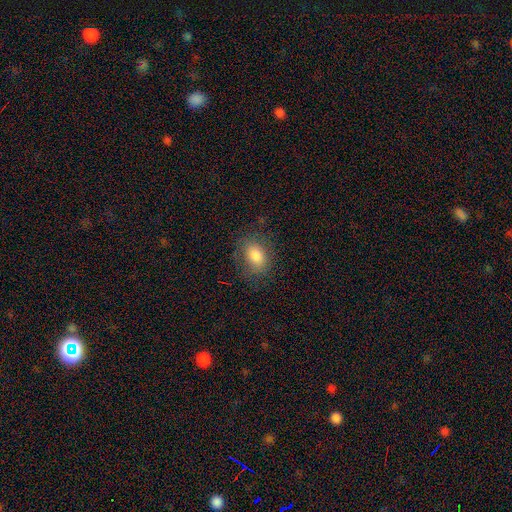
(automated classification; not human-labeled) A smooth galaxy with no disk features (82%) that is in between round and cigar-shaped (76%).

Vote fractions:
- Smooth or featured? smooth: 82% / featured or disk: 9% / star or artifact: 9%
- How rounded? in between: 76% / round: 23% / cigar-shaped: 1%
- Merging? none: 77% / minor disturbance: 15% / major disturbance: 6% / merger: 1%